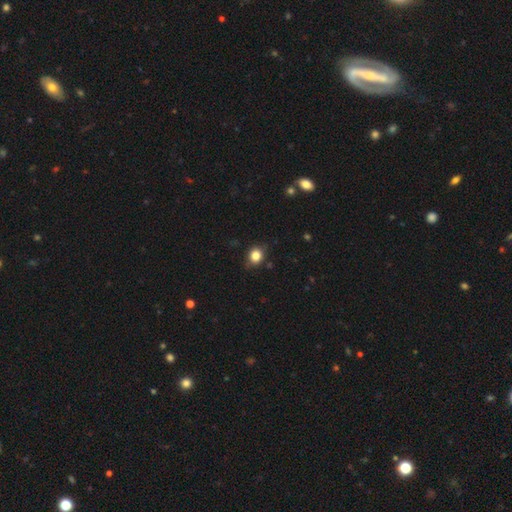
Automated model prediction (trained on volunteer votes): This appears to be a smooth galaxy with no disk features (83%) that is round (65%). Merging: none (80%).